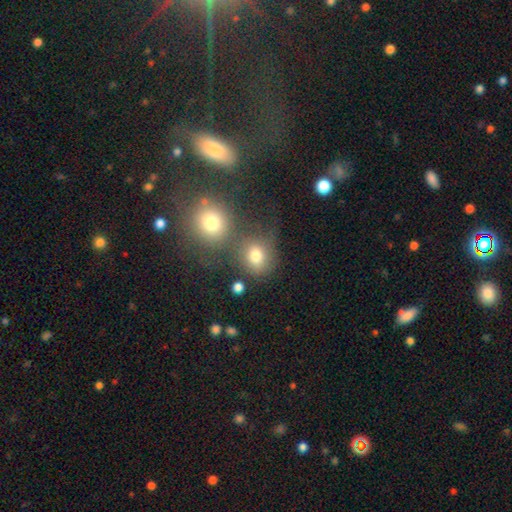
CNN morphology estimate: A smooth galaxy with no disk features (76%) that is round (67%). Merging: none (50%).